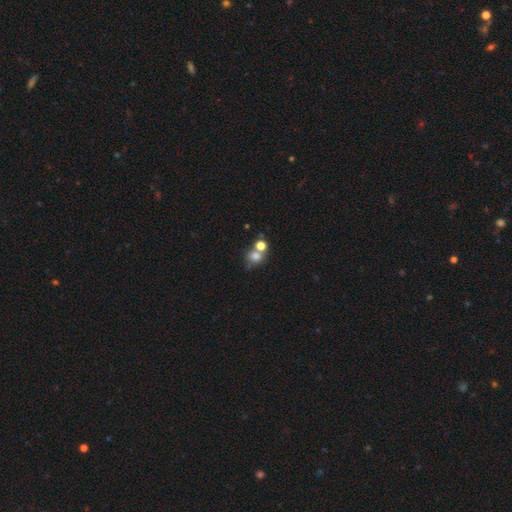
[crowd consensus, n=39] This is clearly a smooth galaxy (82%). How rounded: clearly round (84%). Merging: possibly none (58%).